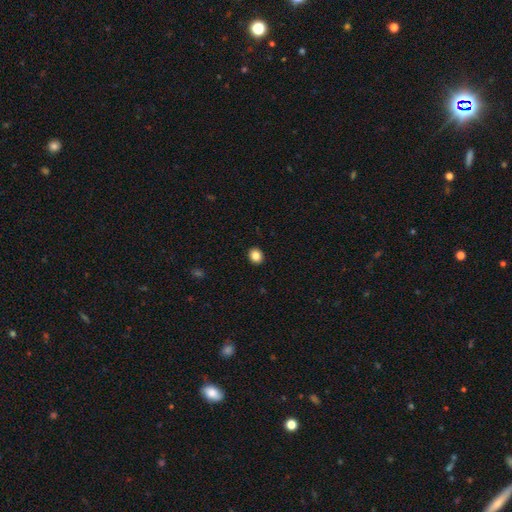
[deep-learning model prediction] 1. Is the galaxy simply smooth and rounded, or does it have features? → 85% smooth, 10% star or artifact, 5% featured or disk.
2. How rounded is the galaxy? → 64% round, 35% in between, 1% cigar-shaped.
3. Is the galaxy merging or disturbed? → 92% none, 6% minor disturbance, 2% major disturbance, 1% merger.